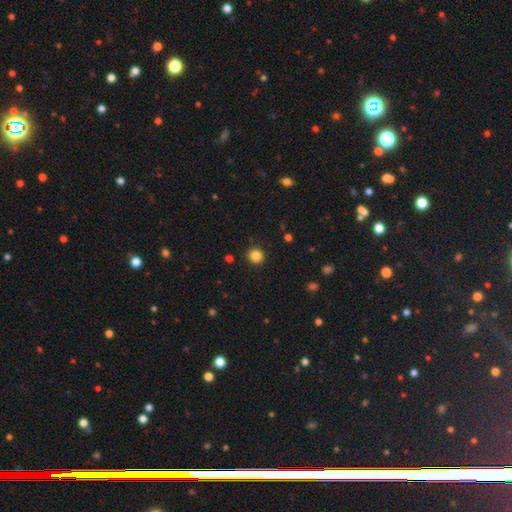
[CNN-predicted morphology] A smooth galaxy with no disk features (84%) that is round (91%).

Vote fractions:
- Smooth or featured? smooth: 84% / star or artifact: 12% / featured or disk: 4%
- How rounded? round: 91% / in between: 8% / cigar-shaped: 1%
- Merging? none: 91% / minor disturbance: 6% / major disturbance: 2% / merger: 1%